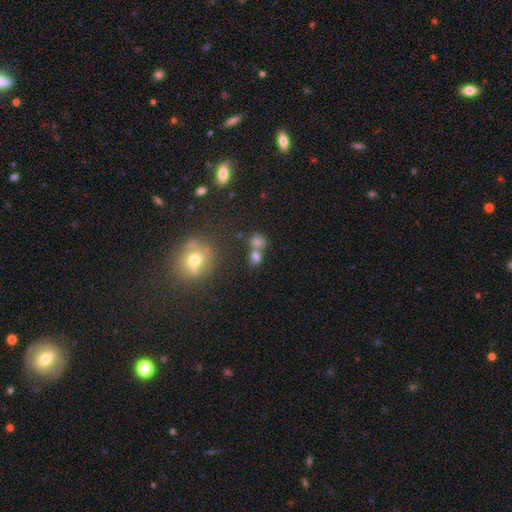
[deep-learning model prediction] This is likely a smooth galaxy (70%). How rounded: possibly round (54%). Merging: marginally none (45%).